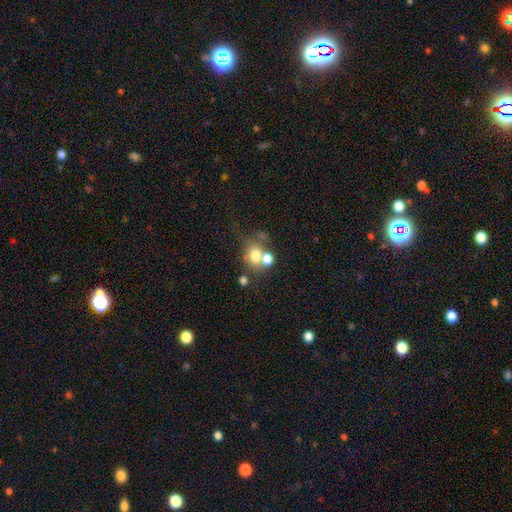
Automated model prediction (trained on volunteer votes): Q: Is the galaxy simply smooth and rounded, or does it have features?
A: smooth — 68%.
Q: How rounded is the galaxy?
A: round — 52%.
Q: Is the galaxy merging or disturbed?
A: merger — 46%.